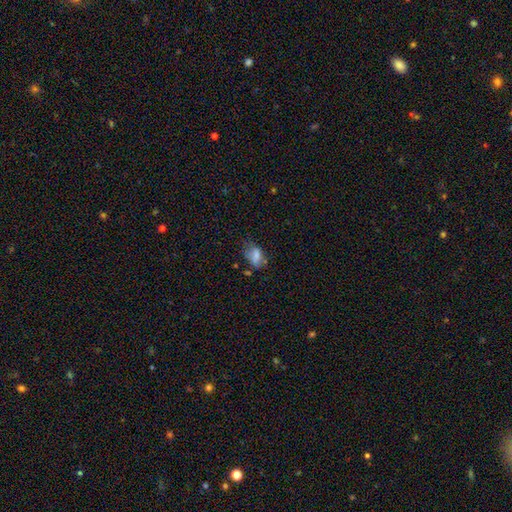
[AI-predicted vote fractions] Q: Smooth or featured?
A: smooth (70%); runner-up: featured or disk (18%)
Q: How rounded?
A: in between (85%); runner-up: round (12%)
Q: Merging?
A: none (41%); runner-up: minor disturbance (31%)